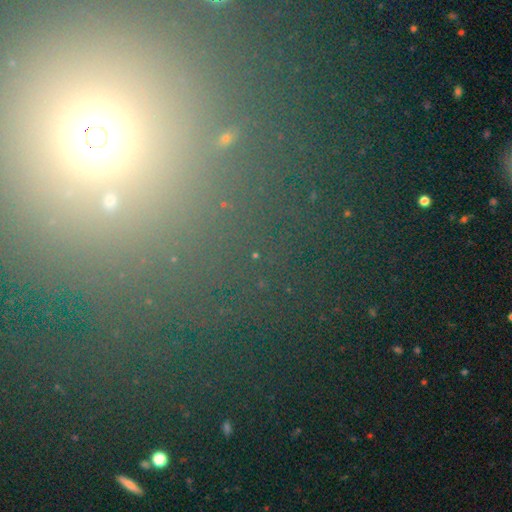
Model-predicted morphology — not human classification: Smooth or featured?
  - star or artifact: 70% *
  - smooth: 20%
  - featured or disk: 10%